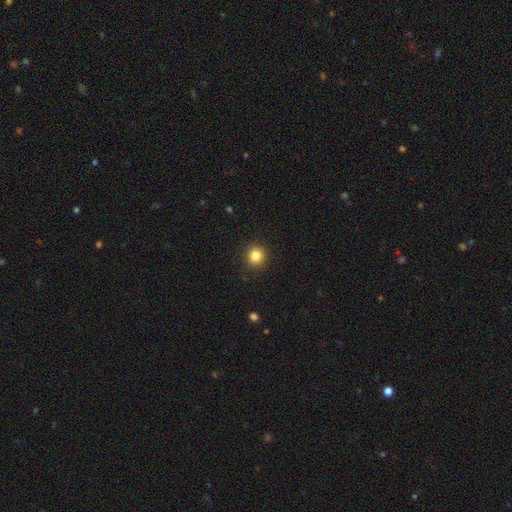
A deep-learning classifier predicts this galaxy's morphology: Smooth or featured? smooth (84%)
How rounded? round (92%)
Merging? none (92%)